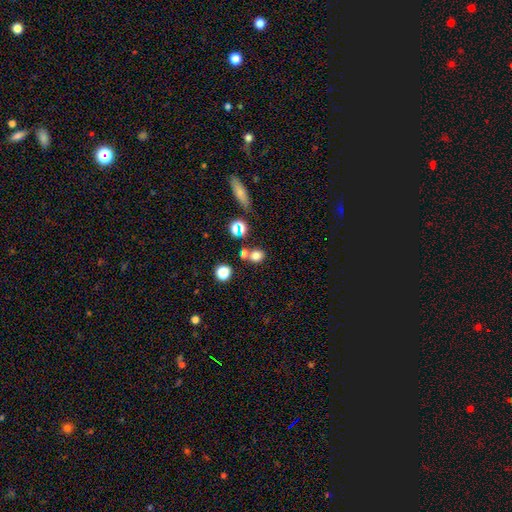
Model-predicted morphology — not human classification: A smooth galaxy with no disk features (74%) that is round (54%). Merging: none (62%).